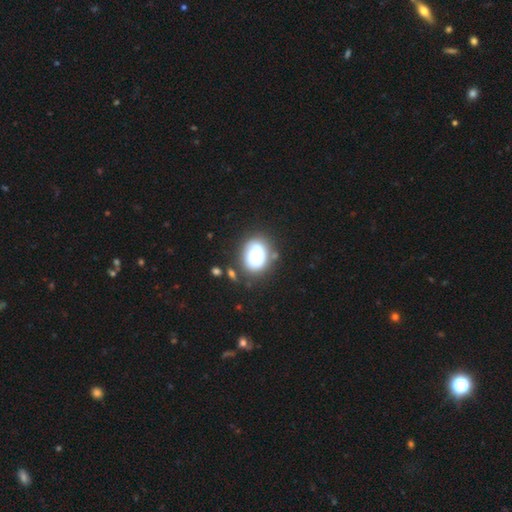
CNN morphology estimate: type=smooth (52%); roundness=in between (54%); merging=none (61%).